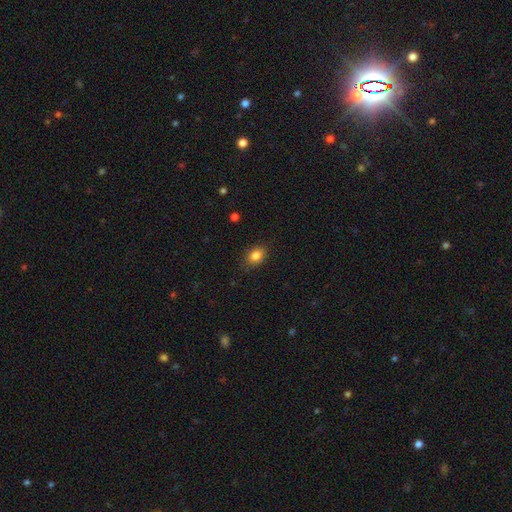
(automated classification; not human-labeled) This appears to be a smooth galaxy with no disk features (83%) that is in between round and cigar-shaped (73%). Merging: none (83%).